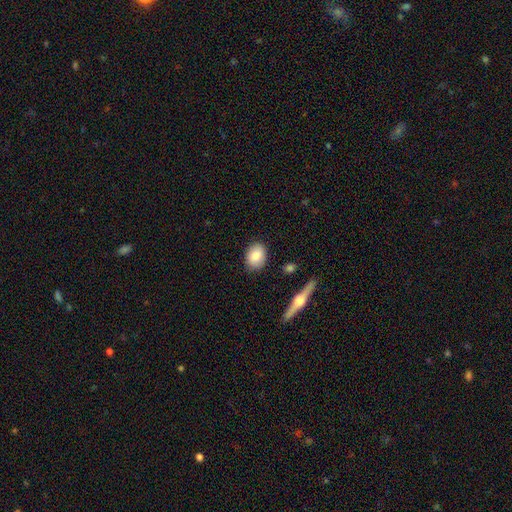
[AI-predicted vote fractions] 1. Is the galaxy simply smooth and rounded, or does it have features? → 81% smooth, 12% featured or disk, 7% star or artifact.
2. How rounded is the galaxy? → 62% in between, 37% round, 2% cigar-shaped.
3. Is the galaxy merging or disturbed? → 86% none, 10% minor disturbance, 2% major disturbance, 2% merger.